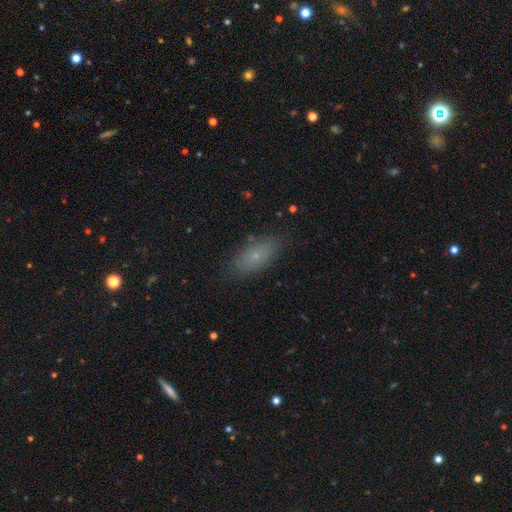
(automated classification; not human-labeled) The model was most divided on "smooth or featured": smooth: 71%, featured or disk: 18%, star or artifact: 12%. More confident: how rounded — in between (83%); merging — none (82%).